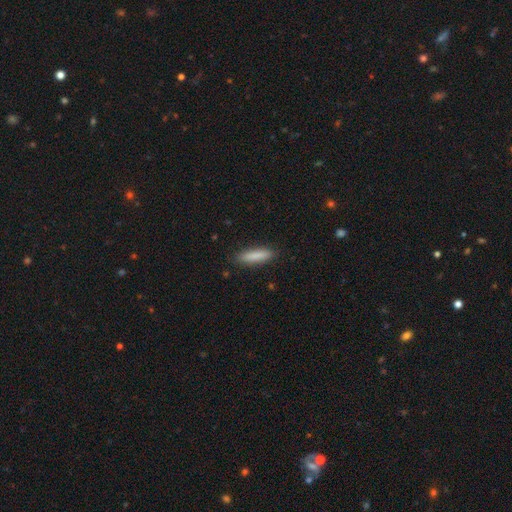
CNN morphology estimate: Smooth or featured?
  - smooth: 85% *
  - featured or disk: 9%
  - star or artifact: 6%
How rounded?
  - cigar-shaped: 74% *
  - in between: 24%
  - round: 1%
Merging?
  - none: 87% *
  - minor disturbance: 9%
  - major disturbance: 2%
  - merger: 1%